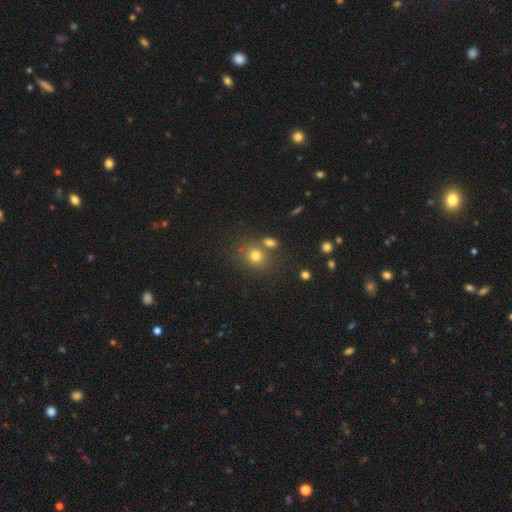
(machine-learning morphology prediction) The model was most divided on "how rounded": round: 67%, in between: 32%, cigar-shaped: 1%. More confident: smooth or featured — smooth (75%); merging — none (66%).